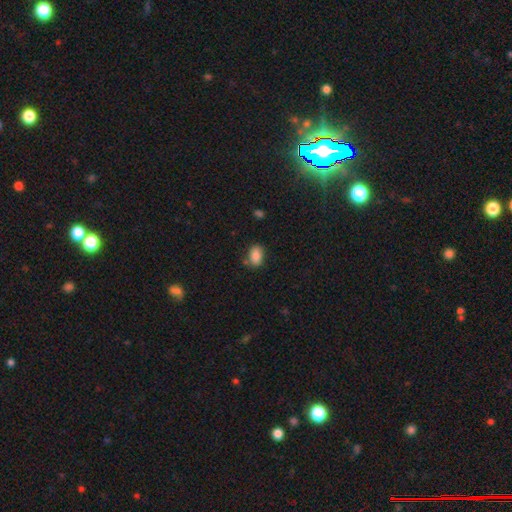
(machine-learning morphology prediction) type=smooth (85%); roundness=in between (83%); merging=none (75%).